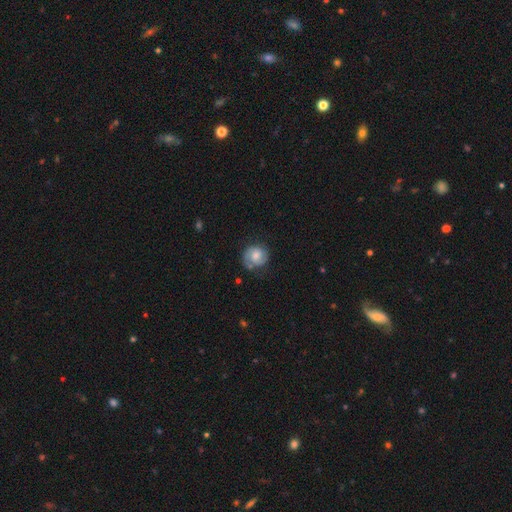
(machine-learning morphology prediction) Smooth or featured: featured or disk — 56% (smooth — 37%)
Edge-on disk: no — 98% (yes — 2%)
Bar: no — 68% (weak — 28%)
Spiral arms: yes — 88% (no — 12%)
Bulge size: moderate — 52% (small — 30%)
Merging: none — 68% (minor disturbance — 21%)